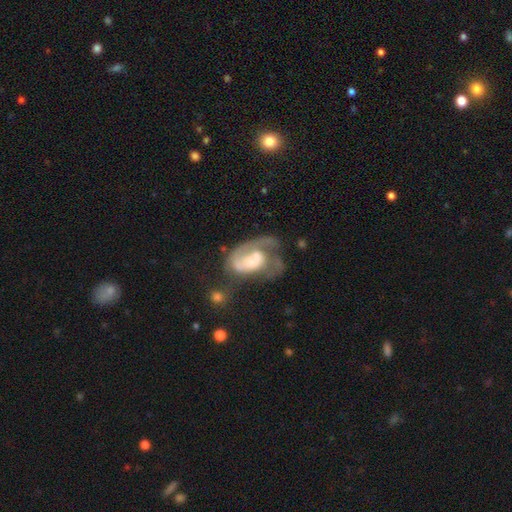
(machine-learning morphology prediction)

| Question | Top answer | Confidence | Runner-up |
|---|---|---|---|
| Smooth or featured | featured or disk | 70% | smooth (23%) |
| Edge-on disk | no | 97% | yes (3%) |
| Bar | no | 72% | weak (23%) |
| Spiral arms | yes | 76% | no (24%) |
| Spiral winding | medium | 39% | loose (32%) |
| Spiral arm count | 1 | 61% | 2 (21%) |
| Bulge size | moderate | 44% | small (32%) |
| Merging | major disturbance | 39% | merger (24%) |